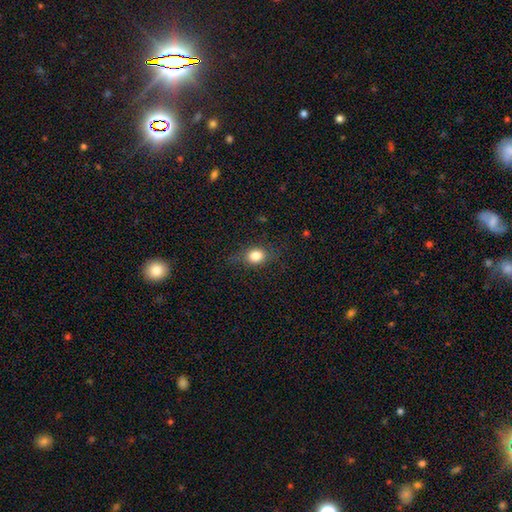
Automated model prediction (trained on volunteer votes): This is likely a smooth galaxy (79%). How rounded: possibly round (50%). Merging: likely none (75%).